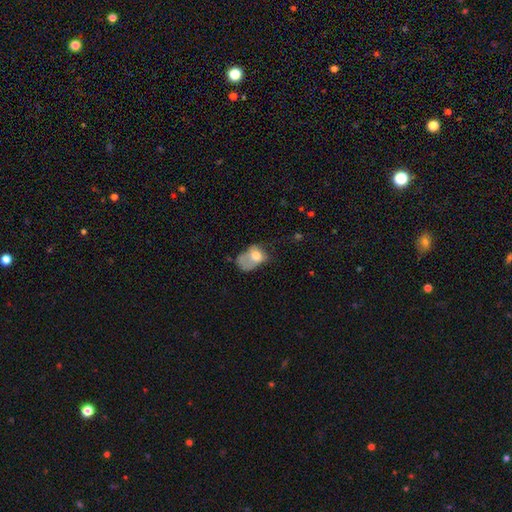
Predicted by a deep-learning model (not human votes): Morphology: type=smooth (65%); roundness=in between (74%); merging=major disturbance (50%).